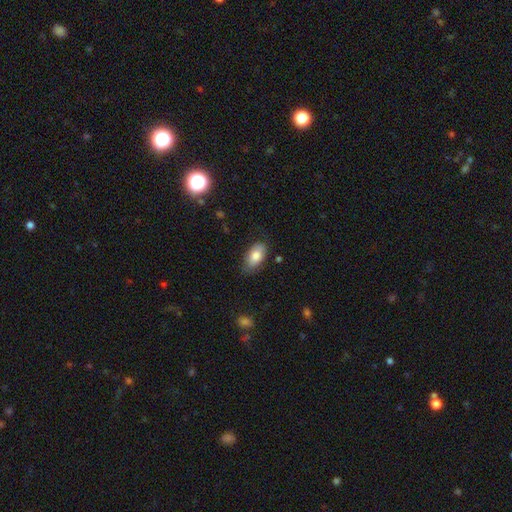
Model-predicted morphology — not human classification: smooth-or-featured: smooth: 81% | featured or disk: 12% | star or artifact: 6%
  how-rounded: in between: 93% | round: 4% | cigar-shaped: 3%
  merging: none: 76% | minor disturbance: 19% | major disturbance: 4% | merger: 1%